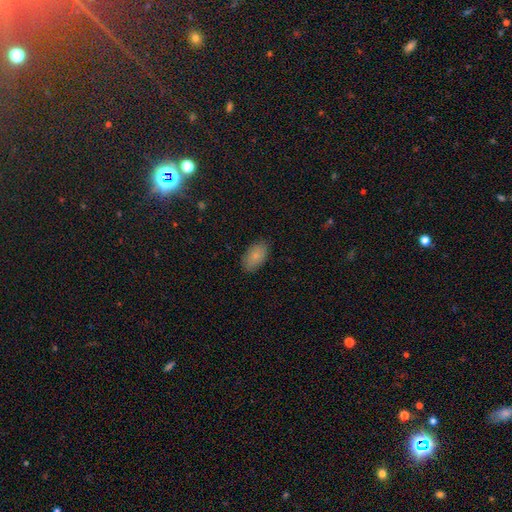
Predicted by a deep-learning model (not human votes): This is clearly a smooth galaxy (83%). How rounded: clearly in between (93%). Merging: clearly none (84%).